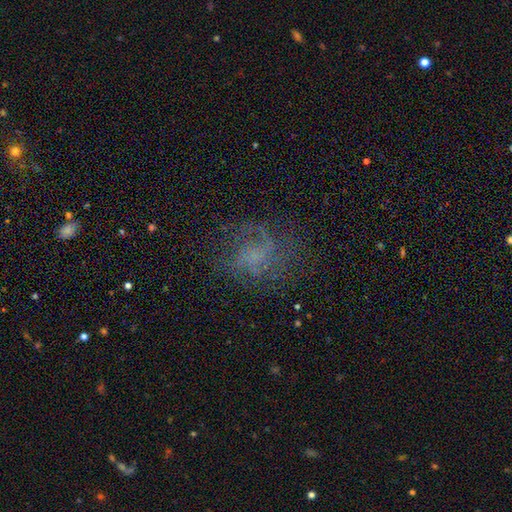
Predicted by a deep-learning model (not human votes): Smooth or featured? Predicted: featured or disk (p=0.55). Edge-on disk? Predicted: no (p=0.97). Bar? Predicted: no (p=0.72). Spiral arms? Predicted: yes (p=0.74). Bulge size? Predicted: none (p=0.61). Merging? Predicted: none (p=0.59).